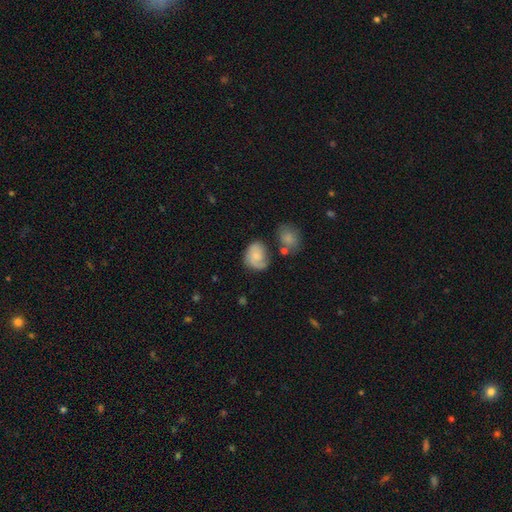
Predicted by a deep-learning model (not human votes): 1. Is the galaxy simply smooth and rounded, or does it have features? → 49% smooth, 43% featured or disk, 8% star or artifact.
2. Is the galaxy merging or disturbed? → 49% none, 27% minor disturbance, 16% major disturbance, 9% merger.